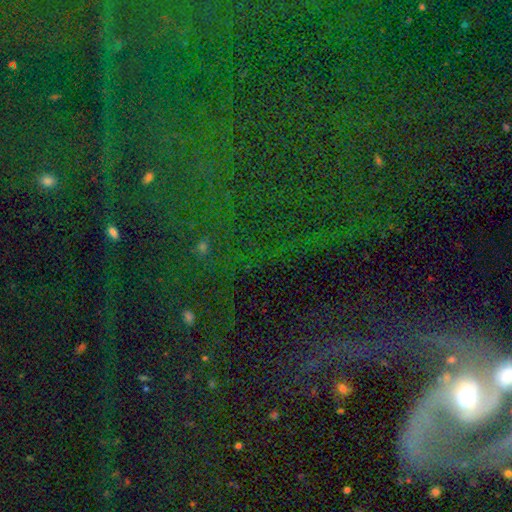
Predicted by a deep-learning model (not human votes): This appears to be a star or artifact, not a galaxy (49%).